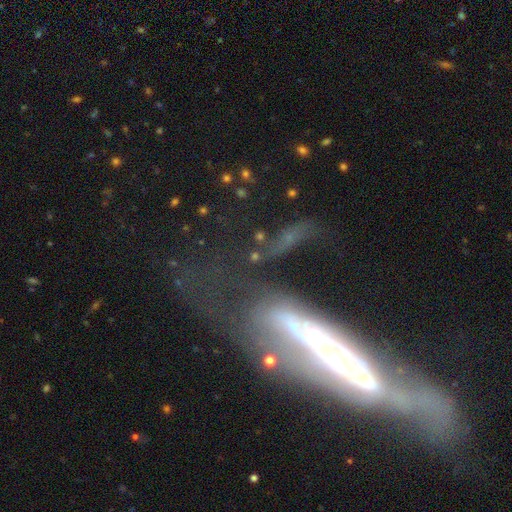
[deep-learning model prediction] Morphology: type=featured or disk (40%); merging=none (40%).